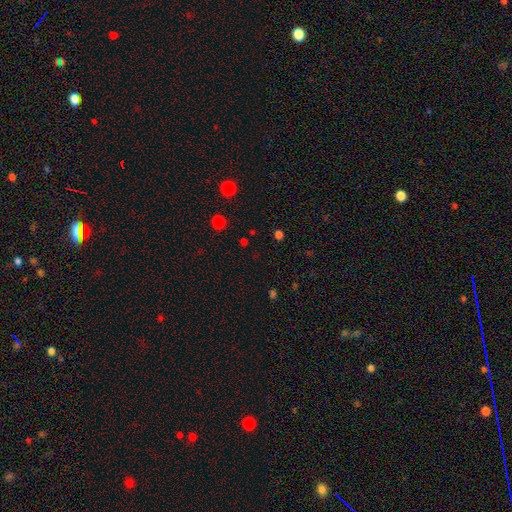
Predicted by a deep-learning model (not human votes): Smooth or featured: star or artifact — 49% (smooth — 45%)